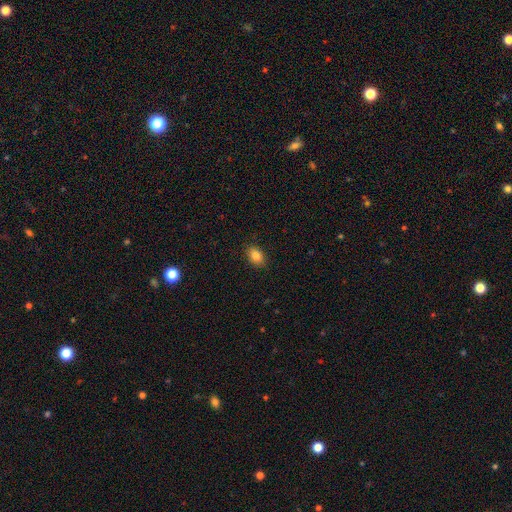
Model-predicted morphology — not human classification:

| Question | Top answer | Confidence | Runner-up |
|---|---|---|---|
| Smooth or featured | smooth | 84% | star or artifact (9%) |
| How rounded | in between | 77% | round (22%) |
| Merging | none | 87% | minor disturbance (10%) |